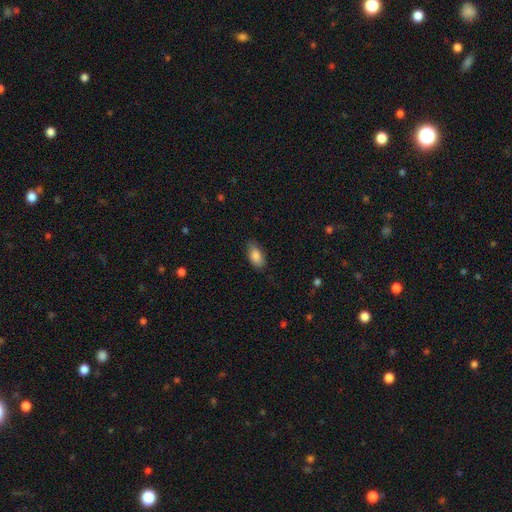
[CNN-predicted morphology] Smooth or featured?
  - smooth: 86% *
  - featured or disk: 7%
  - star or artifact: 7%
How rounded?
  - in between: 91% *
  - cigar-shaped: 5%
  - round: 4%
Merging?
  - none: 78% *
  - minor disturbance: 18%
  - major disturbance: 4%
  - merger: 1%